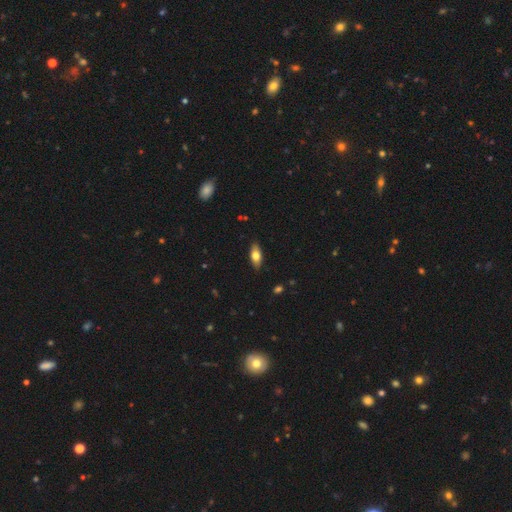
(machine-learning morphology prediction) smooth-or-featured: smooth: 70% | featured or disk: 24% | star or artifact: 6%
  how-rounded: in between: 81% | cigar-shaped: 16% | round: 3%
  merging: none: 86% | minor disturbance: 11% | major disturbance: 2% | merger: 1%